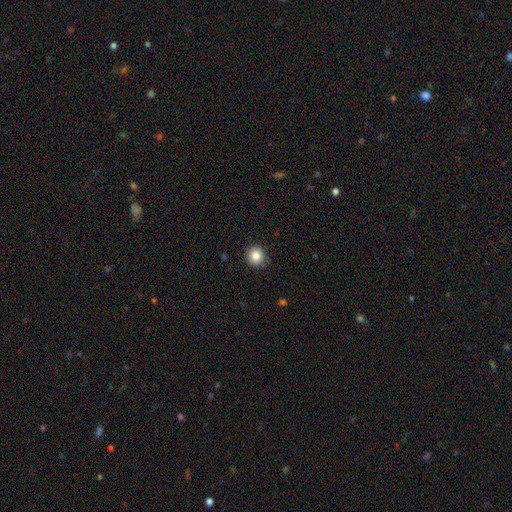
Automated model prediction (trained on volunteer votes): smooth 85%, star or artifact 10%, featured or disk 5%. Down the decision tree: how rounded — round (92%); merging — none (90%).